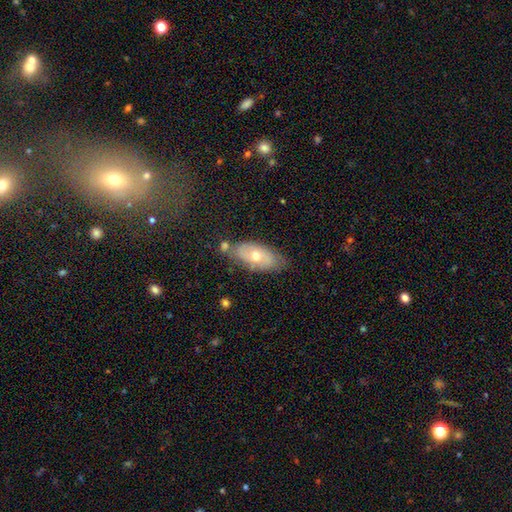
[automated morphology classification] Overall: smooth (49%; featured or disk 43%). Merging: none (68%).